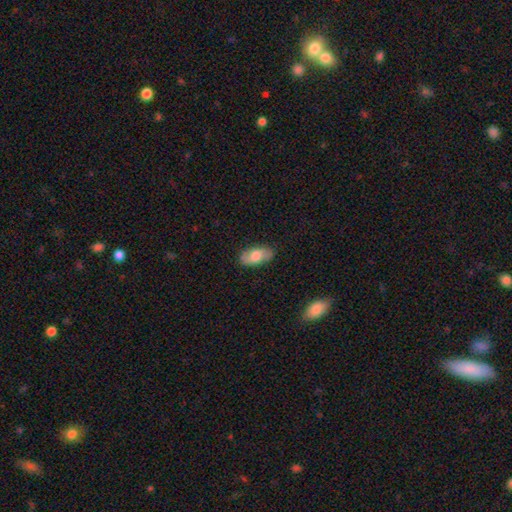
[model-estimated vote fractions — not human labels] smooth 58%, featured or disk 35%, star or artifact 7%. Down the decision tree: how rounded — in between (91%); merging — none (82%).